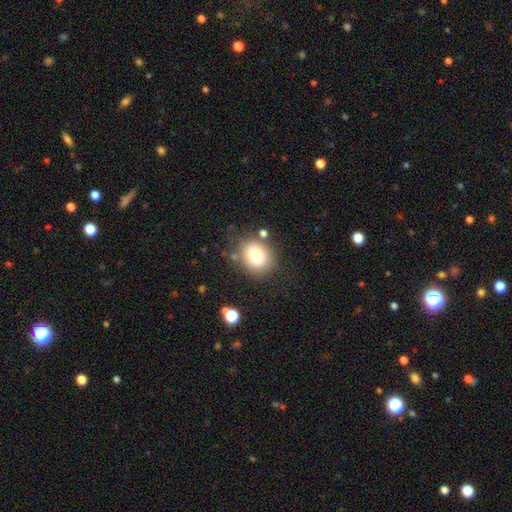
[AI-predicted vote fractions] smooth-or-featured: smooth: 79% | featured or disk: 11% | star or artifact: 10%
  how-rounded: round: 59% | in between: 40% | cigar-shaped: 1%
  merging: none: 73% | minor disturbance: 15% | merger: 6% | major disturbance: 6%